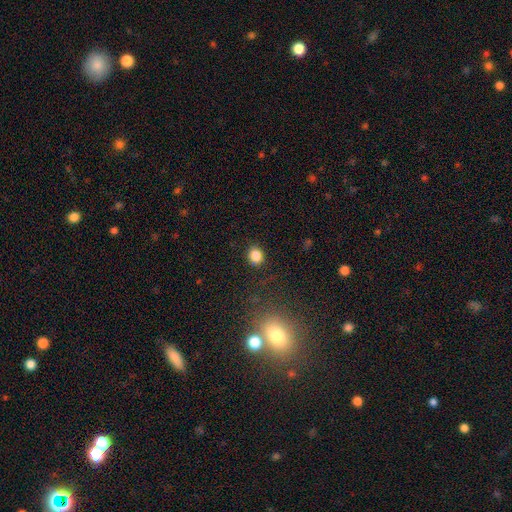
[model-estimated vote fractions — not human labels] This is clearly a smooth galaxy (83%). How rounded: likely round (75%). Merging: clearly none (87%).